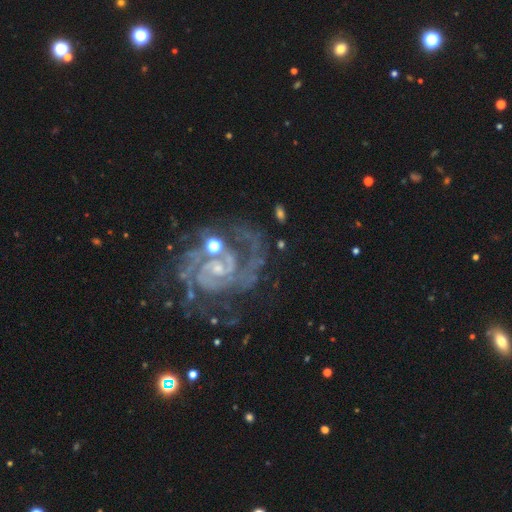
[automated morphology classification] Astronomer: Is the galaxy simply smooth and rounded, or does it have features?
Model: featured or disk — 89%.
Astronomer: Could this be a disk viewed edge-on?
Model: no — 98%.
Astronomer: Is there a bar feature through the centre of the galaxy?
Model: no — 46% (runner-up: weak, 41%).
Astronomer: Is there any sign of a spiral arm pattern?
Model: yes — 97%.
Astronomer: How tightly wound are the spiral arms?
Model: tight — 53% (runner-up: medium, 39%).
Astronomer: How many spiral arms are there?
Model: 2 — 45%.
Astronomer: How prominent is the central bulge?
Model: small — 66%.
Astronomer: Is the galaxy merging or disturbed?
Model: none — 59%.